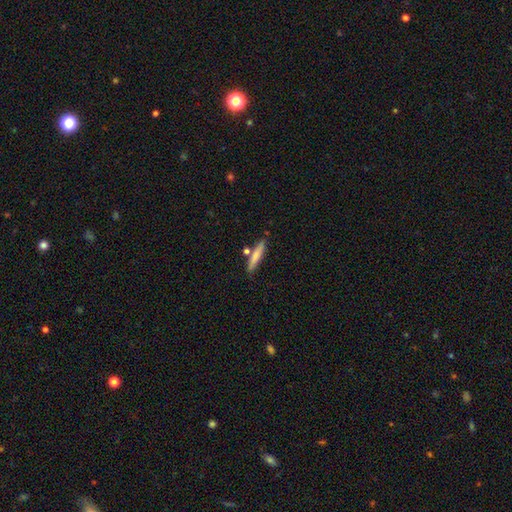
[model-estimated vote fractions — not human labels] smooth 73%, featured or disk 21%, star or artifact 6%. Down the decision tree: how rounded — cigar-shaped (89%); merging — none (77%).